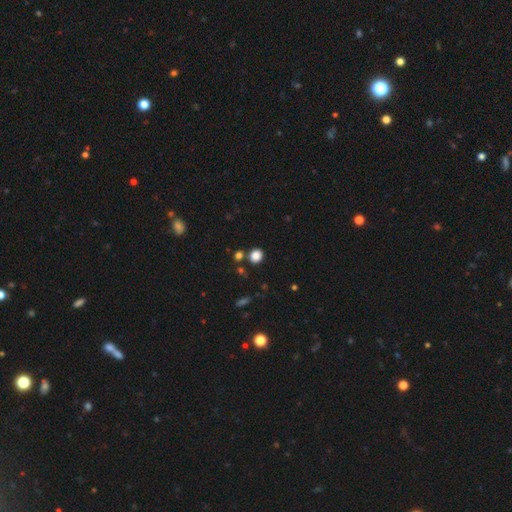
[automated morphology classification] Smooth or featured? smooth (84%)
How rounded? round (73%)
Merging? none (79%)